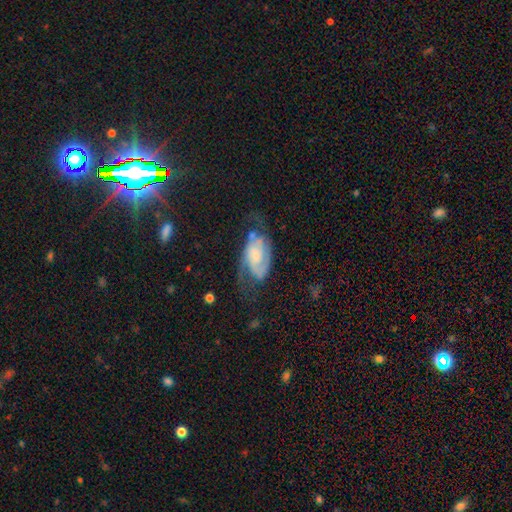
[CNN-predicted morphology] type=featured or disk (77%); edge-on=no (96%); bar=no (60%); spiral arms=yes (93%); winding=medium (46%); arm count=2 (76%); bulge=small (46%); merging=none (47%).